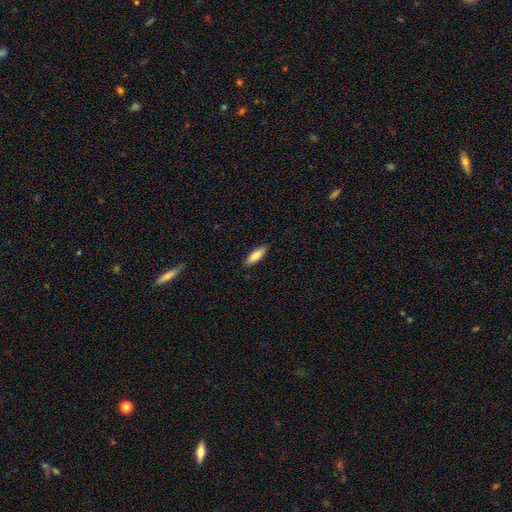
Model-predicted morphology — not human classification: The model was most divided on "how rounded": in between: 51%, cigar-shaped: 47%, round: 2%. More confident: merging — none (88%); smooth or featured — smooth (81%).